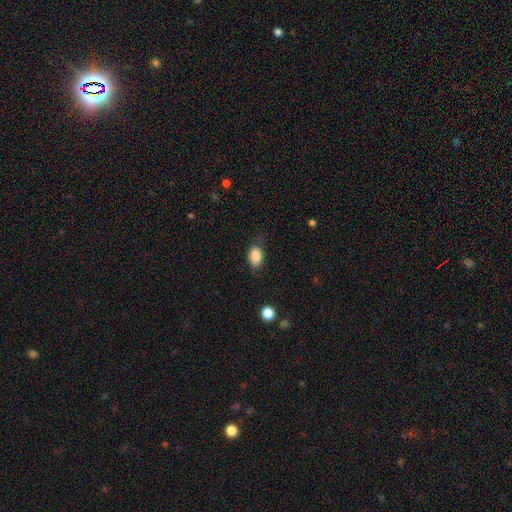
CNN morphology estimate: smooth 87%, star or artifact 8%, featured or disk 5%. Down the decision tree: how rounded — in between (84%); merging — none (74%).